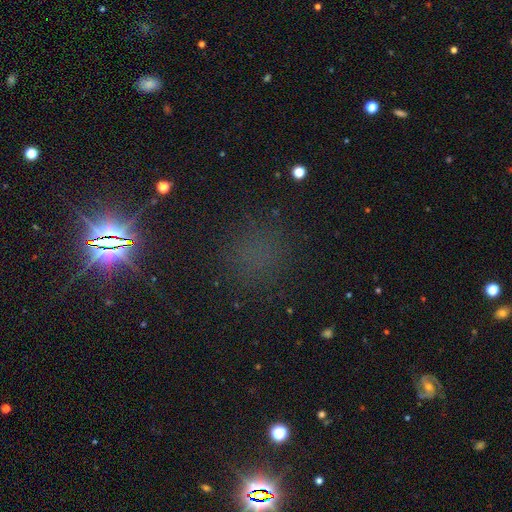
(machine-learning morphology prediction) This is possibly a star or artifact rather than a galaxy (57%).